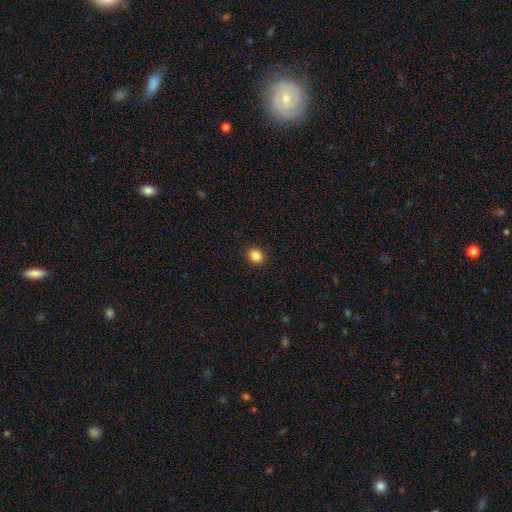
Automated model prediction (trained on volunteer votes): Smooth or featured: smooth — 86% (star or artifact — 10%)
How rounded: round — 78% (in between — 21%)
Merging: none — 92% (minor disturbance — 6%)